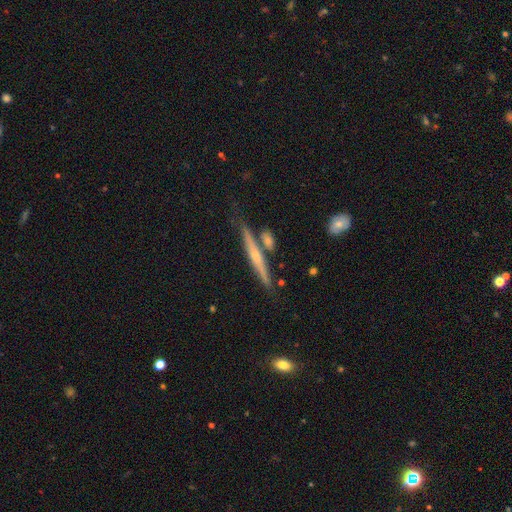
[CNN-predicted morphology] This is likely a featured or disk galaxy (71%). It is clearly viewed edge-on (96%). Edge-on bulge: likely rounded (71%). Merging: likely none (75%).